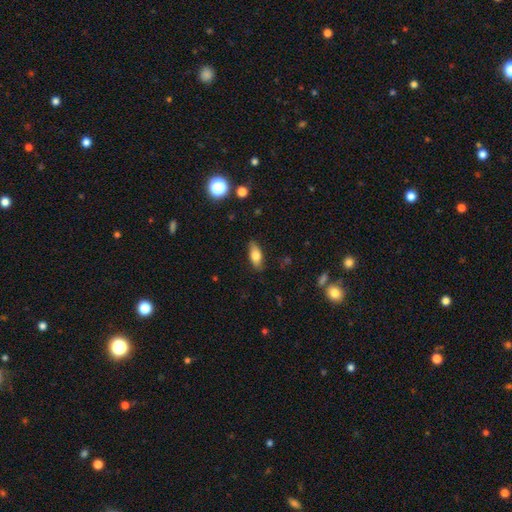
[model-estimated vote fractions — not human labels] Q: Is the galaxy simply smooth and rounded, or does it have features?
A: smooth — 75%.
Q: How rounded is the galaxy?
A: in between — 80%.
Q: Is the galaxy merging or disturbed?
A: none — 84%.